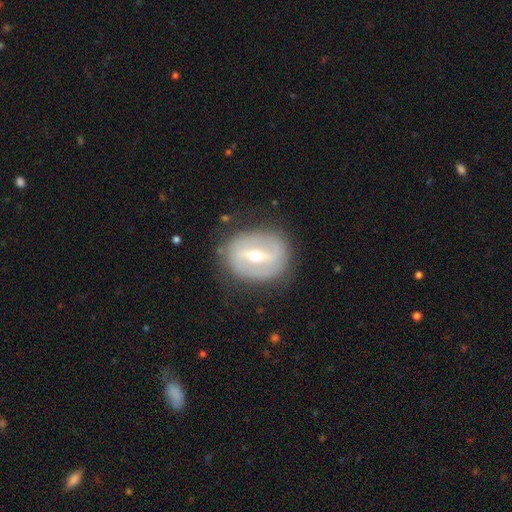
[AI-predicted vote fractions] Smooth or featured: featured or disk — 76% (smooth — 18%)
Edge-on disk: no — 94% (yes — 6%)
Bar: strong — 60% (weak — 31%)
Spiral arms: yes — 58% (no — 42%)
Bulge size: moderate — 59% (small — 36%)
Merging: none — 80% (minor disturbance — 13%)